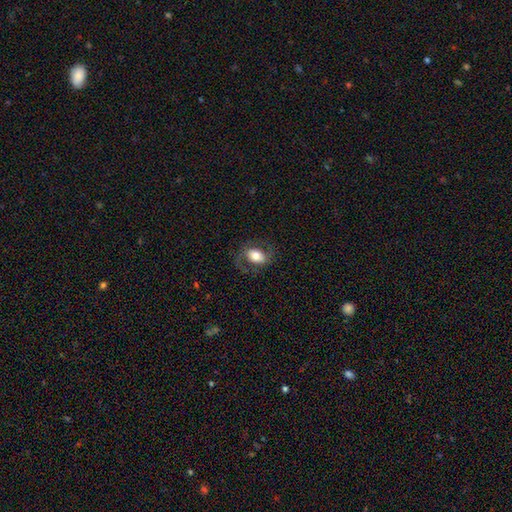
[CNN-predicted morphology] Smooth or featured? Predicted: smooth (p=0.50). Merging? Predicted: none (p=0.70).